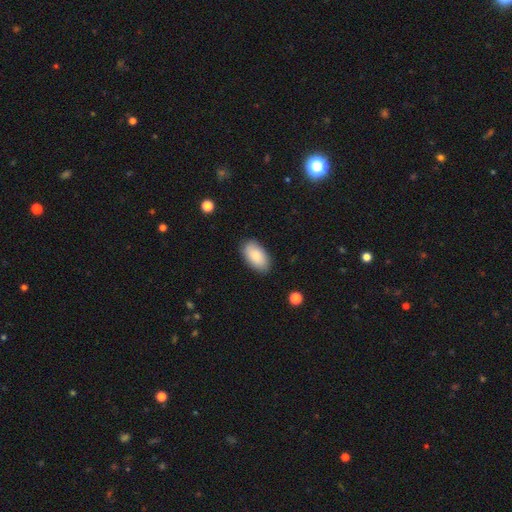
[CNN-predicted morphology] Smooth or featured? smooth (84%)
How rounded? in between (95%)
Merging? none (85%)